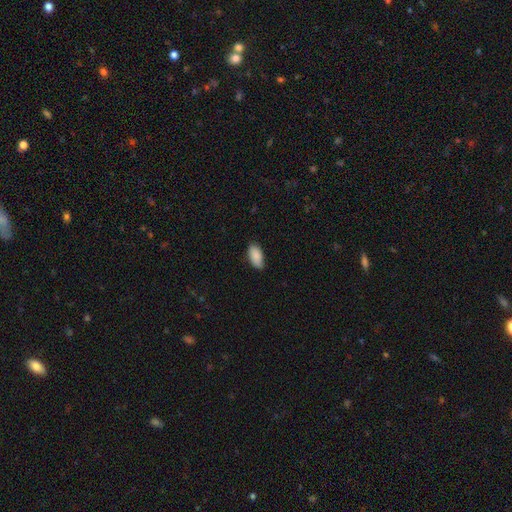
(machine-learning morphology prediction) Smooth or featured: smooth — 89% (star or artifact — 6%)
How rounded: in between — 93% (cigar-shaped — 5%)
Merging: none — 78% (minor disturbance — 19%)